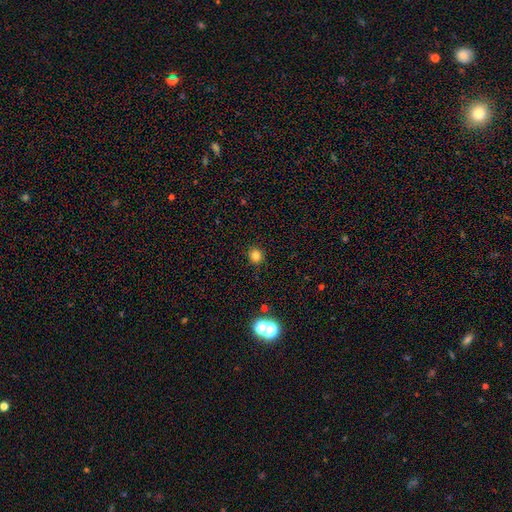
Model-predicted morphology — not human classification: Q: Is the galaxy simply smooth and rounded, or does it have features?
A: smooth — 81%.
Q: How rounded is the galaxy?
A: round — 88%.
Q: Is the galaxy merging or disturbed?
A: none — 90%.